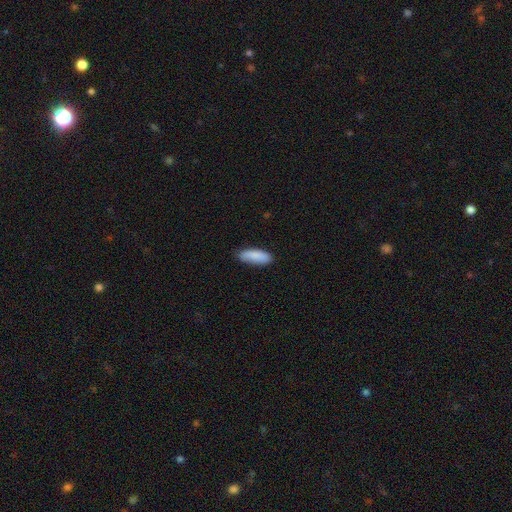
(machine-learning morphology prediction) Overall: smooth (87%). How rounded: in between (61%; cigar-shaped 37%). Merging: none (81%).